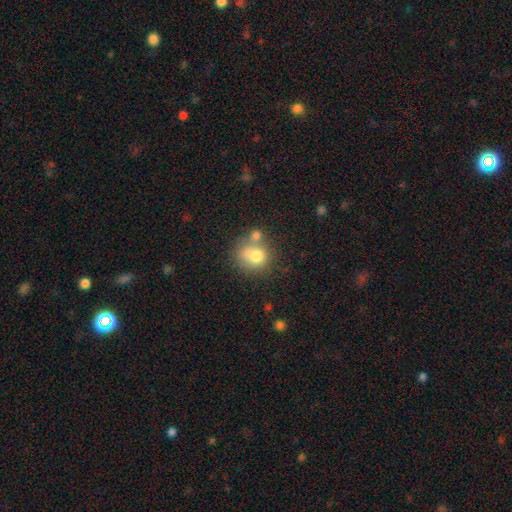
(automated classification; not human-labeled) The model was most divided on "merging": none: 42%, merger: 35%, minor disturbance: 15%, major disturbance: 7%. More confident: how rounded — round (77%); smooth or featured — smooth (74%).